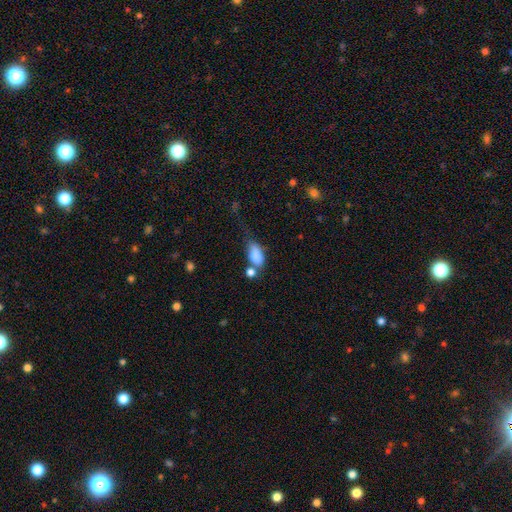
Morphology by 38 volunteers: Smooth or featured? 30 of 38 (79%) said smooth. How rounded? 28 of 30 (93%) said in between. Merging? 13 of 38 (34%) said major disturbance.